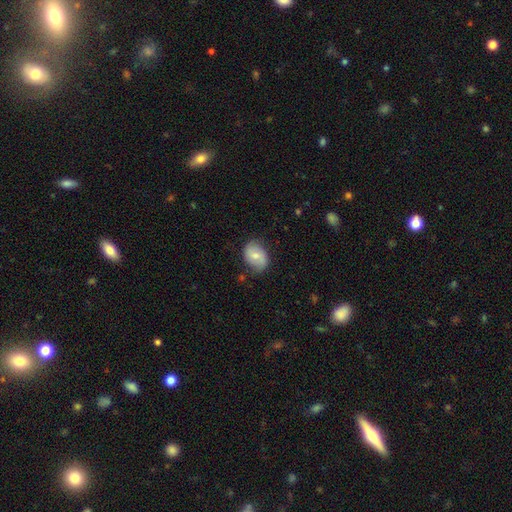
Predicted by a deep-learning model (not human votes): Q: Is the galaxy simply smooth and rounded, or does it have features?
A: smooth — 67%.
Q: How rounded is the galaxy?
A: in between — 70%.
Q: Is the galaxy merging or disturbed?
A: none — 71%.